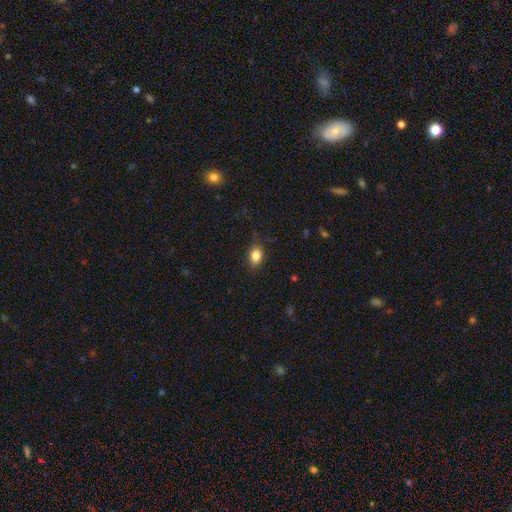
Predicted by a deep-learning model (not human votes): Overall: smooth (84%). How rounded: in between (72%). Merging: none (80%).